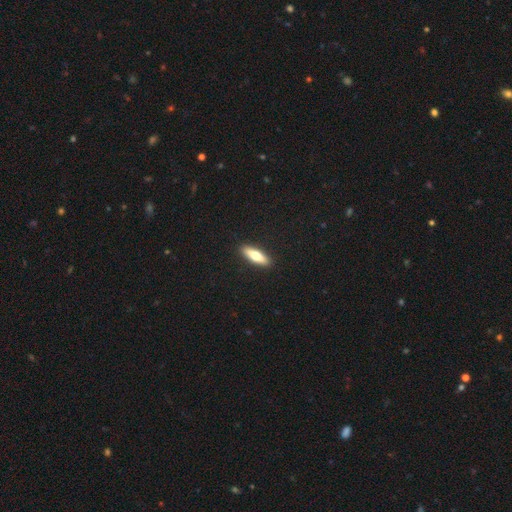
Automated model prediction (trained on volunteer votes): smooth_or_featured: smooth (p=0.64) [alt: featured or disk p=0.31]
how_rounded: cigar-shaped (p=0.60) [alt: in between p=0.38]
merging: none (p=0.91) [alt: minor disturbance p=0.06]